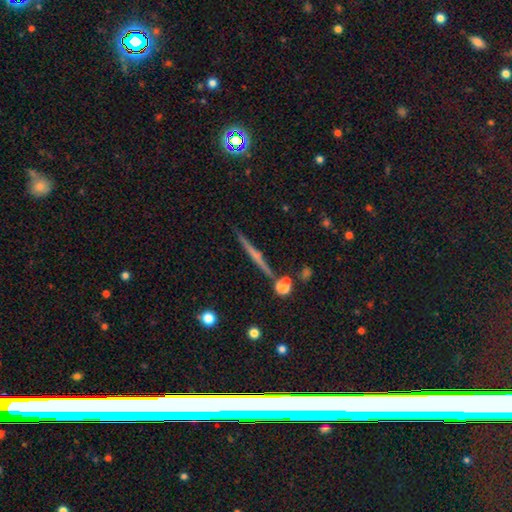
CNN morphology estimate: smooth_or_featured: featured or disk (p=0.61) [alt: smooth p=0.29]
disk_edge_on: yes (p=0.97) [alt: no p=0.03]
edge_on_bulge: none (p=0.60) [alt: rounded p=0.31]
merging: none (p=0.88) [alt: minor disturbance p=0.07]